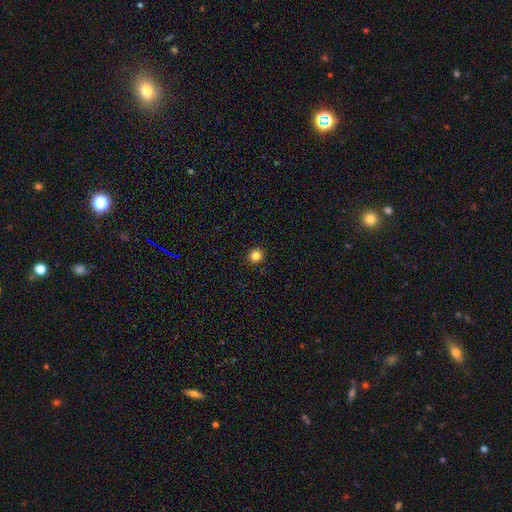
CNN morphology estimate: Smooth or featured: smooth — 84% (star or artifact — 12%)
How rounded: round — 94% (in between — 5%)
Merging: none — 94% (minor disturbance — 4%)